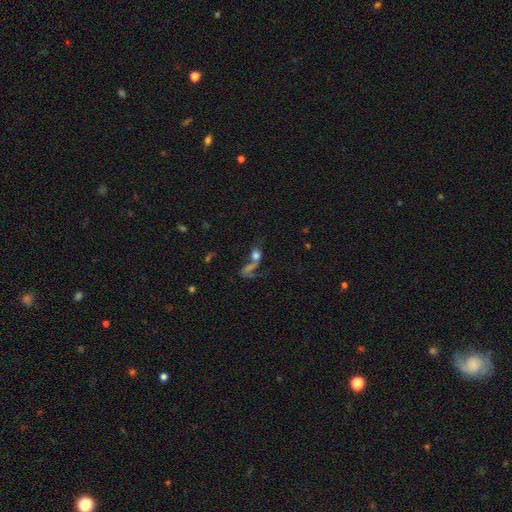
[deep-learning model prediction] smooth 55%, featured or disk 28%, star or artifact 17%. Down the decision tree: how rounded — in between (49%); merging — merger (50%).